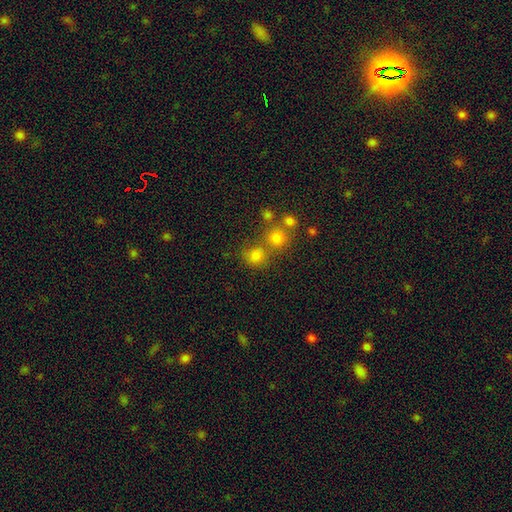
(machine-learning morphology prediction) Overall: smooth (75%). How rounded: round (82%). Merging: none (54%; merger 32%).